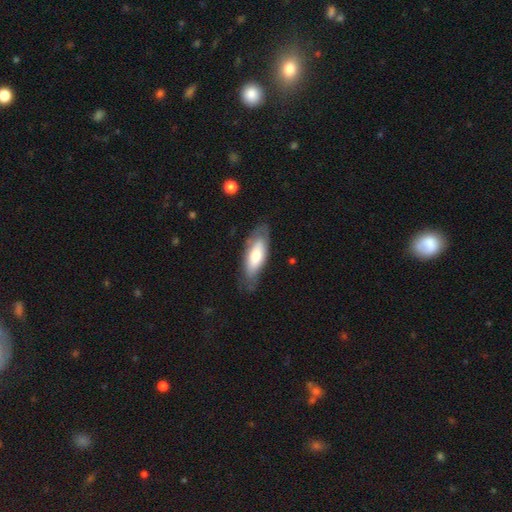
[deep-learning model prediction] Q: Smooth or featured?
A: smooth (63%); runner-up: featured or disk (31%)
Q: How rounded?
A: in between (70%); runner-up: cigar-shaped (28%)
Q: Merging?
A: none (71%); runner-up: minor disturbance (21%)